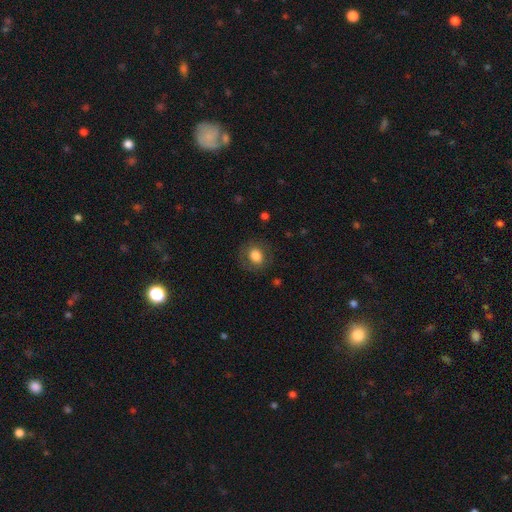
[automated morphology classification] Smooth or featured: smooth — 78% (featured or disk — 14%)
How rounded: round — 62% (in between — 37%)
Merging: none — 80% (minor disturbance — 13%)